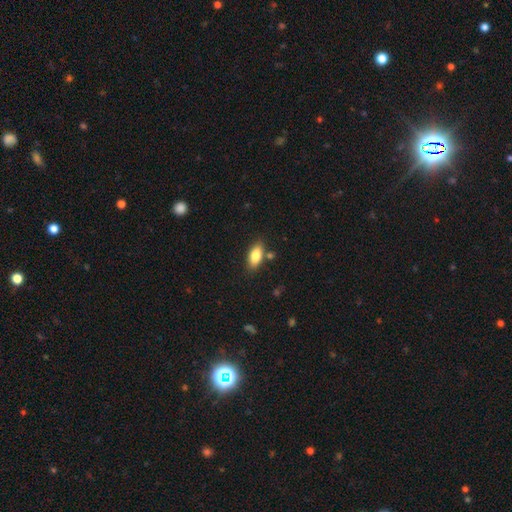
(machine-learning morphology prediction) The model was most divided on "merging": none: 78%, minor disturbance: 12%, merger: 7%, major disturbance: 3%. More confident: how rounded — in between (87%); smooth or featured — smooth (82%).